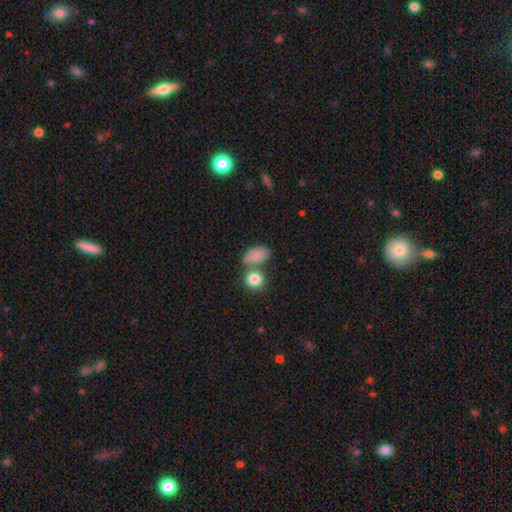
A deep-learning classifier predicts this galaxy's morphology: Q: Smooth or featured?
A: smooth (83%); runner-up: star or artifact (10%)
Q: How rounded?
A: in between (82%); runner-up: round (16%)
Q: Merging?
A: none (49%); runner-up: merger (27%)